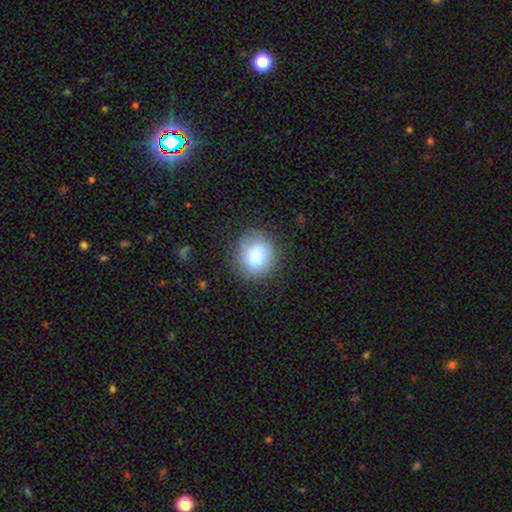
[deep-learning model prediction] The model was most divided on "smooth or featured": smooth: 78%, featured or disk: 13%, star or artifact: 9%. More confident: how rounded — round (87%); merging — none (83%).